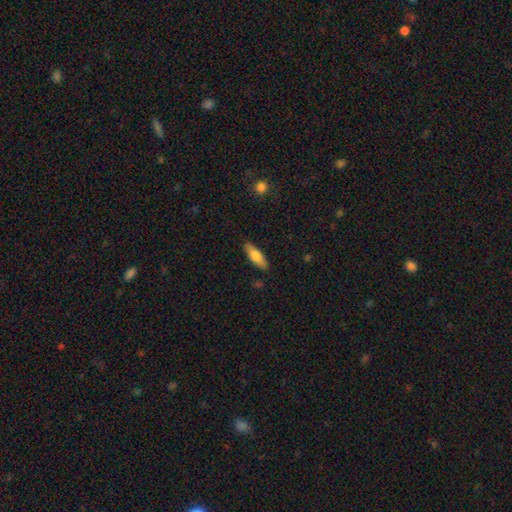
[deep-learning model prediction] A smooth galaxy with no disk features (71%) that is in between round and cigar-shaped (56%). Merging: none (88%).